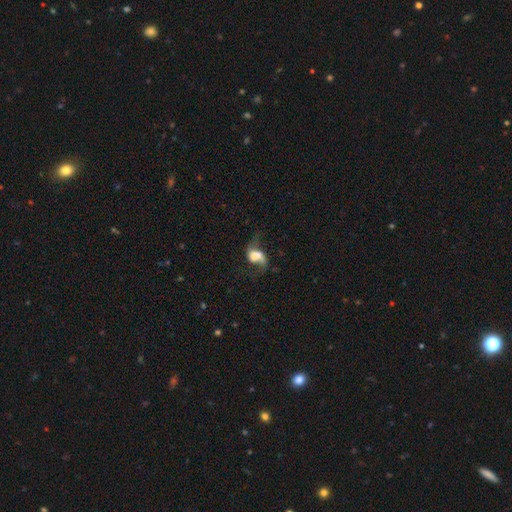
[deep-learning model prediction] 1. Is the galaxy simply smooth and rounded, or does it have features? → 57% featured or disk, 32% smooth, 11% star or artifact.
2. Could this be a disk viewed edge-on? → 95% no, 5% yes.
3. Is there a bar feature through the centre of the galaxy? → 55% no, 31% weak, 14% strong.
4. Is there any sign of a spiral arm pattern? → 81% yes, 19% no.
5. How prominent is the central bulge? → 34% large, 20% moderate, 18% none, 16% dominant, 13% small.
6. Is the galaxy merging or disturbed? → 39% none, 30% major disturbance, 18% minor disturbance, 13% merger.